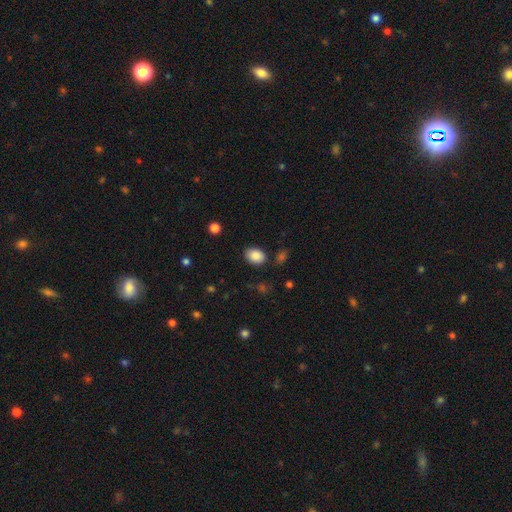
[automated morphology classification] Overall: smooth (87%). How rounded: in between (79%). Merging: none (83%).